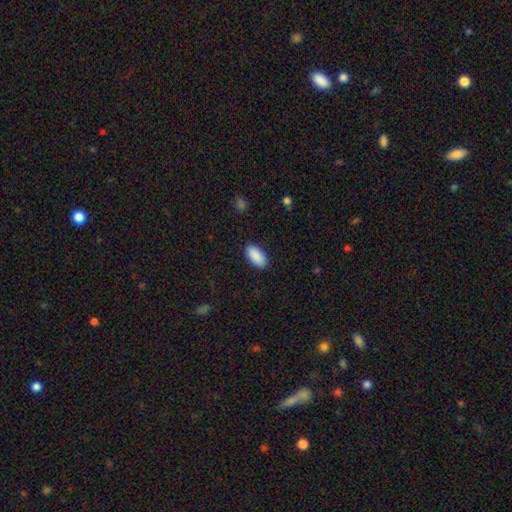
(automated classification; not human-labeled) A smooth galaxy with no disk features (91%) that is in between round and cigar-shaped (95%). Merging: none (88%).